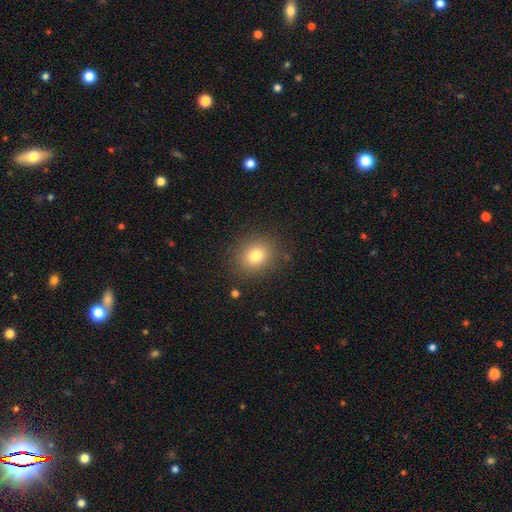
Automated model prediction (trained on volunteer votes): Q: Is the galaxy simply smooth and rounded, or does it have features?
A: smooth — 79%.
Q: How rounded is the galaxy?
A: round — 74%.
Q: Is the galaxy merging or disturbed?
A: none — 87%.